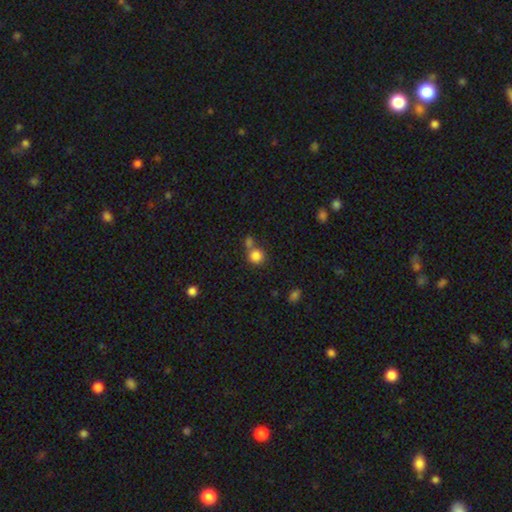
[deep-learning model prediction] Q: Smooth or featured?
A: smooth (83%); runner-up: star or artifact (11%)
Q: How rounded?
A: round (88%); runner-up: in between (11%)
Q: Merging?
A: none (56%); runner-up: merger (31%)